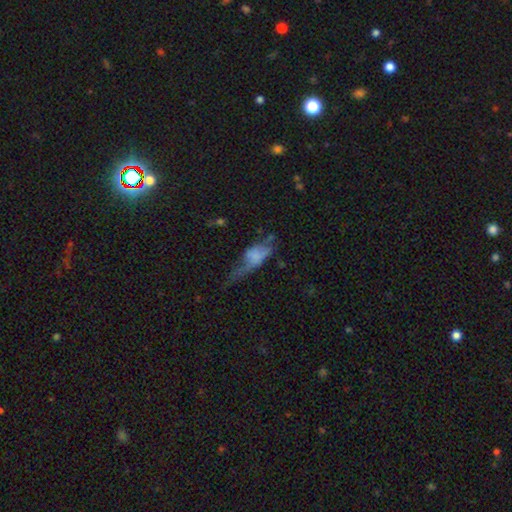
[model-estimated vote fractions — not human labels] The model was most divided on "smooth or featured": smooth: 47%, featured or disk: 41%, star or artifact: 11%. Remaining: merging — major disturbance (42%).